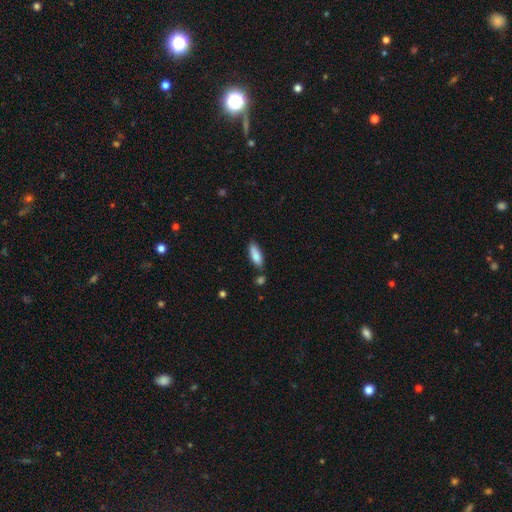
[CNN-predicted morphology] smooth-or-featured: smooth: 84% | featured or disk: 10% | star or artifact: 7%
  how-rounded: in between: 60% | cigar-shaped: 38% | round: 2%
  merging: none: 74% | minor disturbance: 16% | merger: 7% | major disturbance: 3%